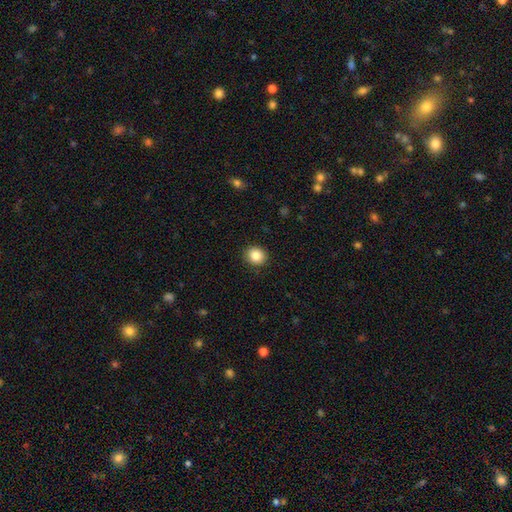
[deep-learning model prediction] smooth-or-featured: smooth: 87% | star or artifact: 9% | featured or disk: 4%
  how-rounded: round: 82% | in between: 17% | cigar-shaped: 1%
  merging: none: 91% | minor disturbance: 6% | major disturbance: 2% | merger: 1%